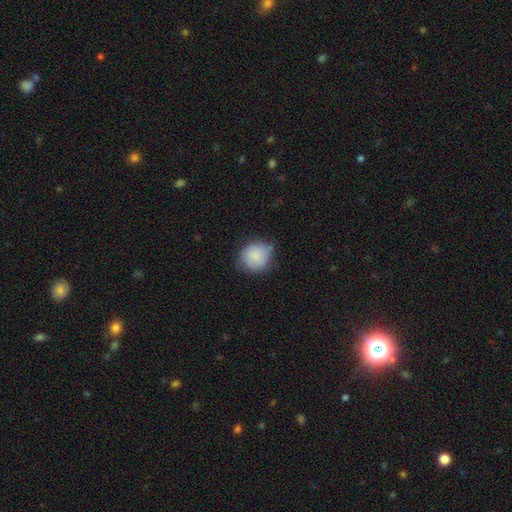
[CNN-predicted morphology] This is clearly a smooth galaxy (81%). How rounded: clearly round (84%). Merging: likely none (61%).